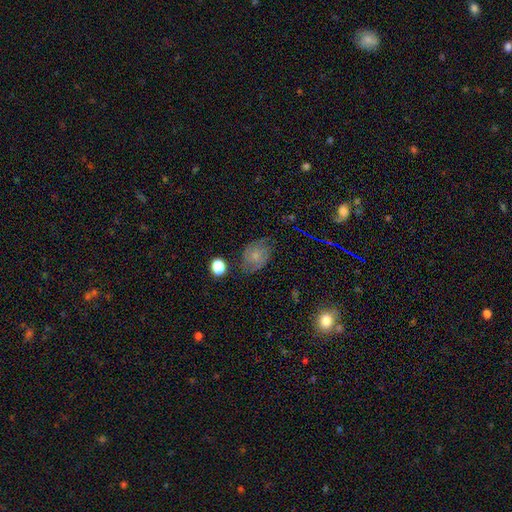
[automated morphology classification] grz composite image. It shows a featured or disk galaxy (46%). Merging: none (66%).